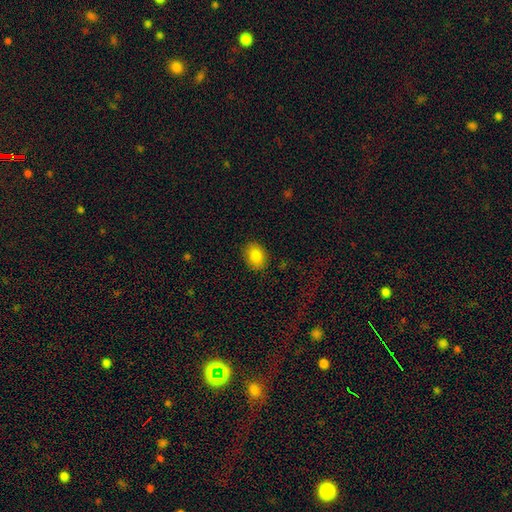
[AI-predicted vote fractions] smooth_or_featured: smooth (p=0.84) [alt: star or artifact p=0.09]
how_rounded: in between (p=0.67) [alt: round p=0.32]
merging: none (p=0.87) [alt: minor disturbance p=0.09]